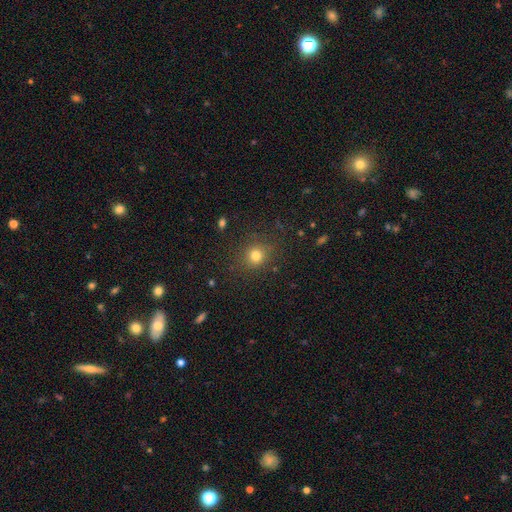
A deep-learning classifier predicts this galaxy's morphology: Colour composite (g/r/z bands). It shows a smooth galaxy with no disk features (79%) that is round (86%). Merging: none (85%).